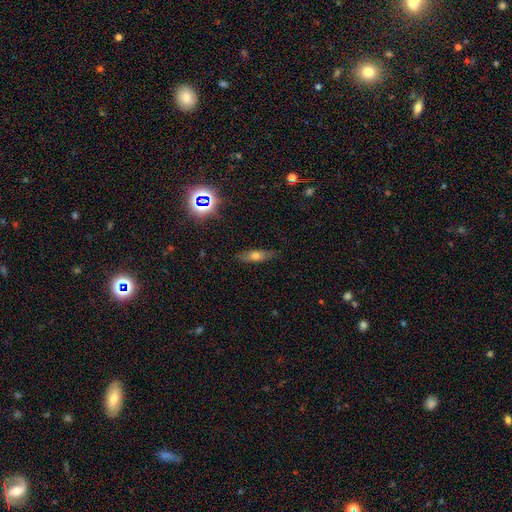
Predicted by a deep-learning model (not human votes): This appears to be a smooth galaxy with no disk features (59%) that is in between round and cigar-shaped (50%). Merging: none (84%).